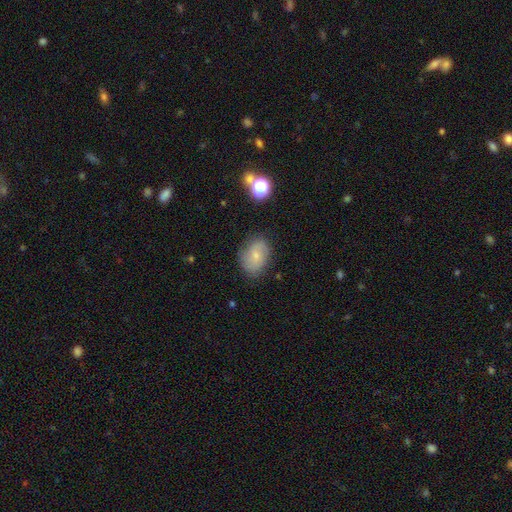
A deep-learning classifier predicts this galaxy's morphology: smooth_or_featured: smooth (p=0.57) [alt: featured or disk p=0.33]
how_rounded: in between (p=0.69) [alt: round p=0.30]
merging: none (p=0.77) [alt: minor disturbance p=0.17]